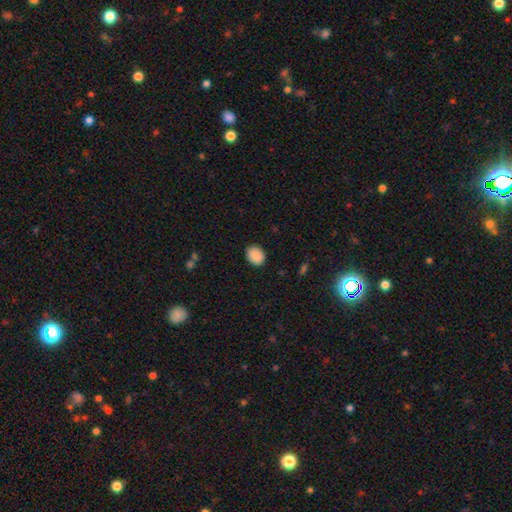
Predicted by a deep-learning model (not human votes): Smooth or featured? smooth (89%)
How rounded? in between (50%)
Merging? none (87%)